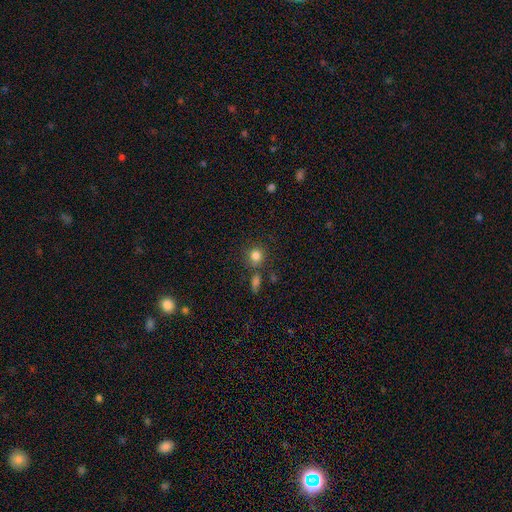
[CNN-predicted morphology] Smooth or featured? smooth (82%)
How rounded? round (86%)
Merging? none (72%)